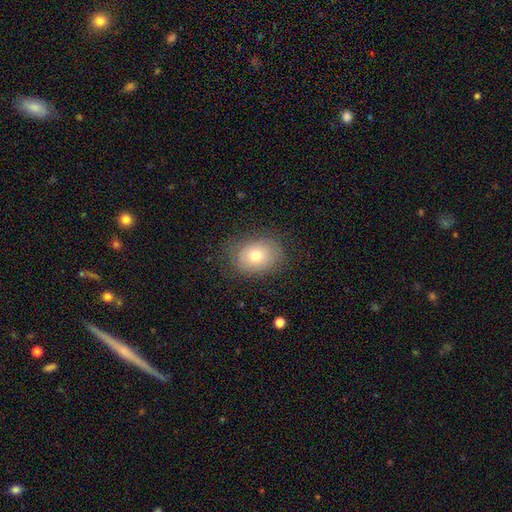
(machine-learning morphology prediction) Smooth or featured? smooth (70%)
How rounded? in between (60%)
Merging? none (77%)